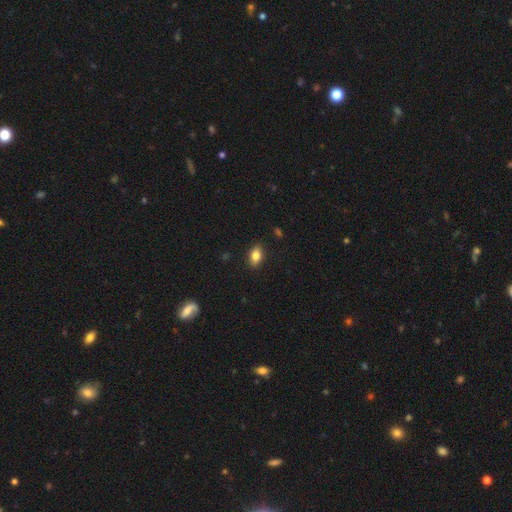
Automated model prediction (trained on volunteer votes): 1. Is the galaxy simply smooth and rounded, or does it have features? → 82% smooth, 9% featured or disk, 9% star or artifact.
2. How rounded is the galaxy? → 85% in between, 11% round, 3% cigar-shaped.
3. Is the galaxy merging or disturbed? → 87% none, 9% minor disturbance, 2% major disturbance, 1% merger.